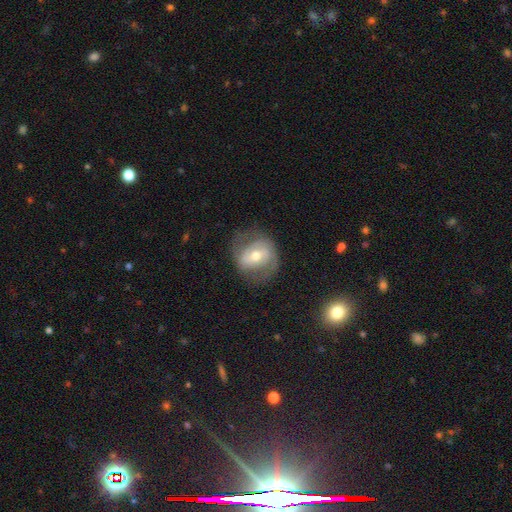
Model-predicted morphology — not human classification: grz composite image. It shows a featured or disk galaxy (67%) with a weak bar (41%), 2 (79%) medium (46%) spiral arms (80%) and a moderate central bulge (63%). Merging: none (66%).